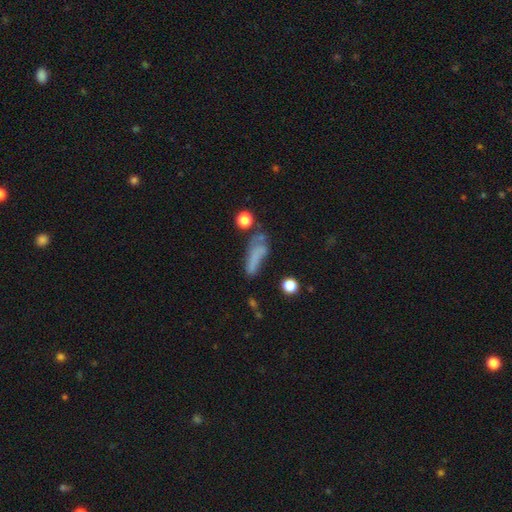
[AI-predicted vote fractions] The model was most divided on "merging": none: 35%, major disturbance: 27%, minor disturbance: 25%, merger: 13%. More confident: how rounded — cigar-shaped (55%); smooth or featured — smooth (54%).